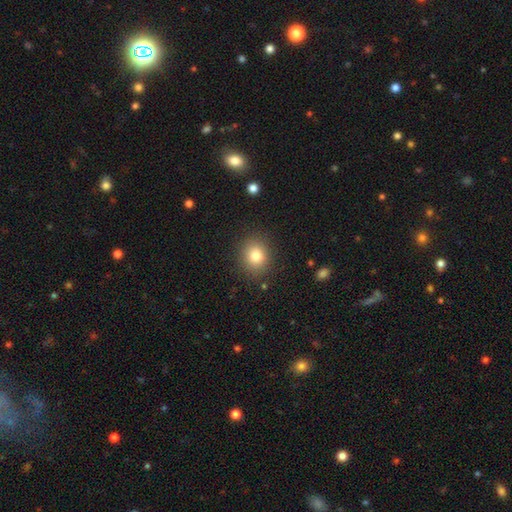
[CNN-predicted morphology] A smooth galaxy with no disk features (80%) that is round (72%). Merging: none (87%).